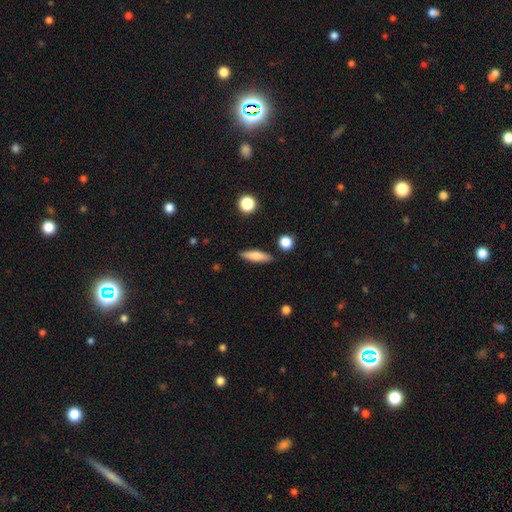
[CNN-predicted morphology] Smooth or featured? Predicted: smooth (p=0.76). How rounded? Predicted: cigar-shaped (p=0.63). Merging? Predicted: none (p=0.87).